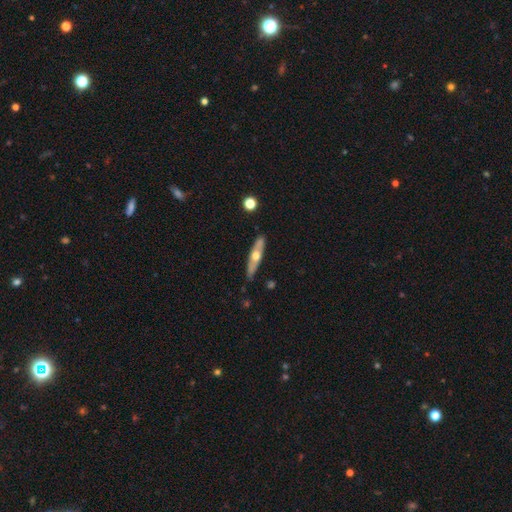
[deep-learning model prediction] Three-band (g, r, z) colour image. It shows a featured or disk galaxy (54%) viewed edge-on (76%). Merging: none (83%).